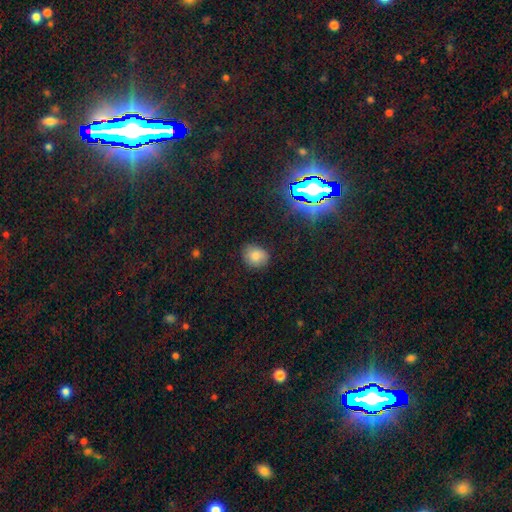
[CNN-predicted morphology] A smooth galaxy with no disk features (78%) that is round (60%). Merging: none (83%).